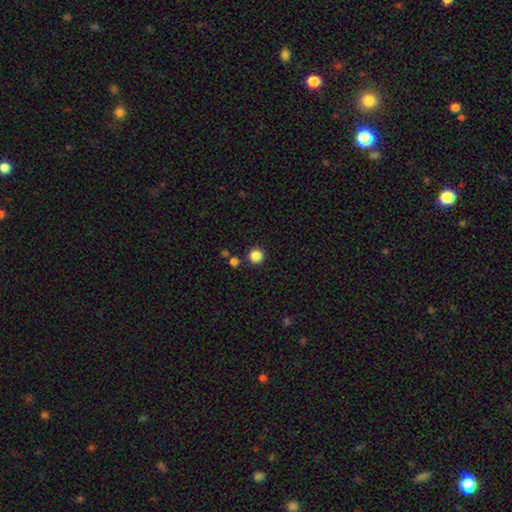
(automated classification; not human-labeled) smooth 86%, star or artifact 11%, featured or disk 3%. Down the decision tree: how rounded — round (94%); merging — none (88%).